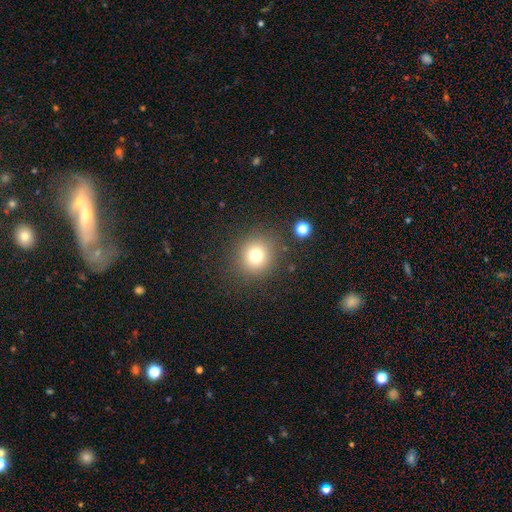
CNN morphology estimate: Q: Smooth or featured?
A: smooth (75%); runner-up: star or artifact (15%)
Q: How rounded?
A: round (88%); runner-up: in between (11%)
Q: Merging?
A: none (86%); runner-up: minor disturbance (8%)